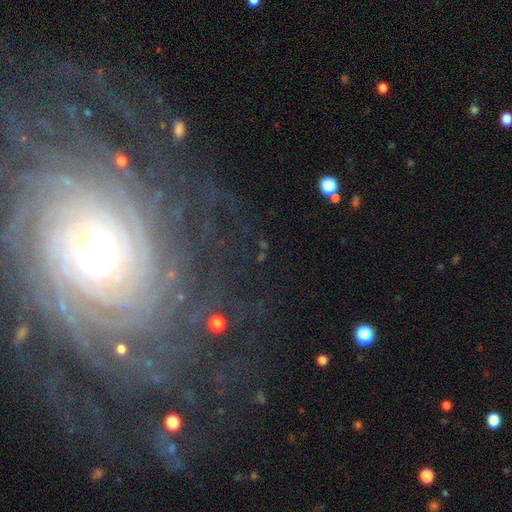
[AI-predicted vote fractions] Morphology: type=featured or disk (86%); edge-on=no (97%); bar=no (72%); spiral arms=yes (97%); winding=tight (84%); arm count=more than 4 (40%); bulge=small (46%); merging=none (78%).